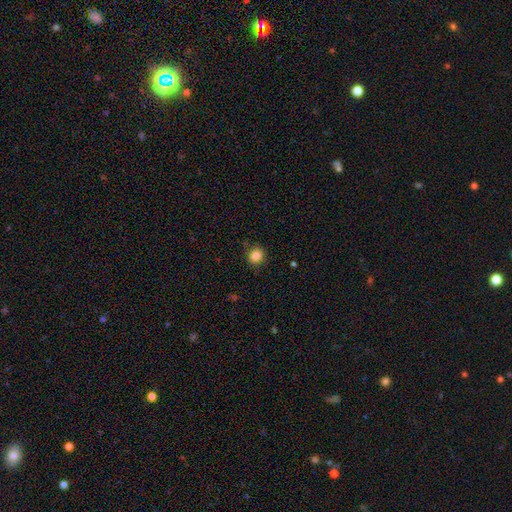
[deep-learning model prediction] smooth_or_featured: smooth (p=0.85) [alt: star or artifact p=0.11]
how_rounded: round (p=0.87) [alt: in between p=0.12]
merging: none (p=0.89) [alt: minor disturbance p=0.08]